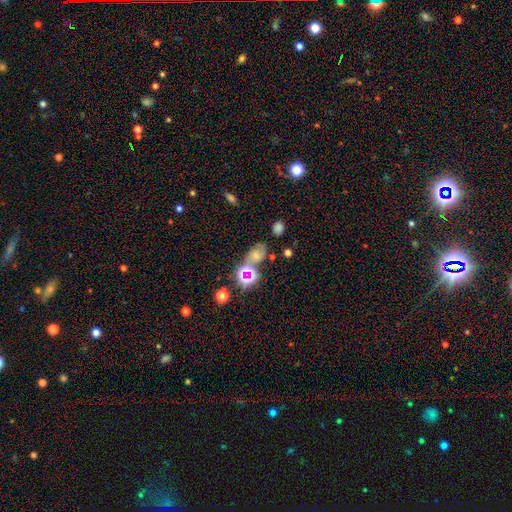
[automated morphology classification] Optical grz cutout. It shows a smooth galaxy with no disk features (42%). Merging: none (49%).